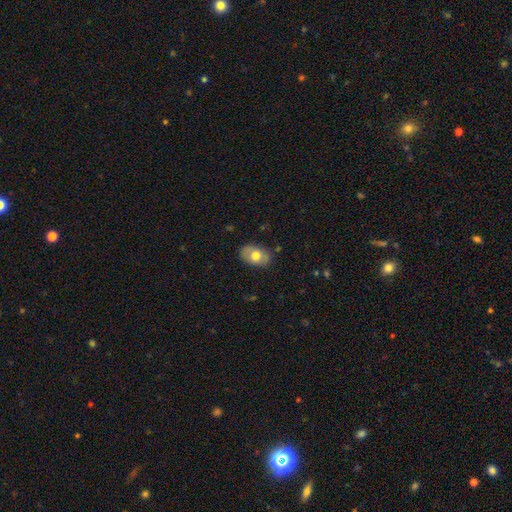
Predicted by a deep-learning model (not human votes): Morphology: type=smooth (68%); roundness=in between (85%); merging=none (82%).